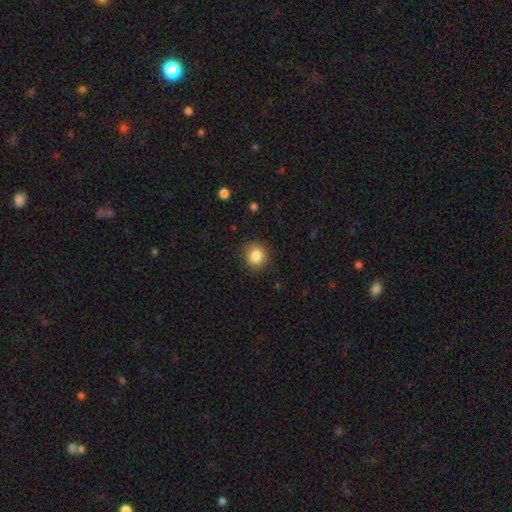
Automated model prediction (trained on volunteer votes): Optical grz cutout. It shows a smooth galaxy with no disk features (84%) that is round (85%). Merging: none (87%).